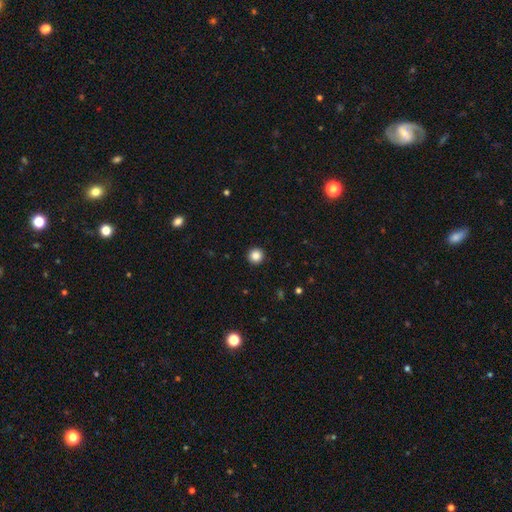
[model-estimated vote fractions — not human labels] Smooth or featured: smooth — 87% (star or artifact — 10%)
How rounded: round — 96% (in between — 3%)
Merging: none — 94% (minor disturbance — 4%)